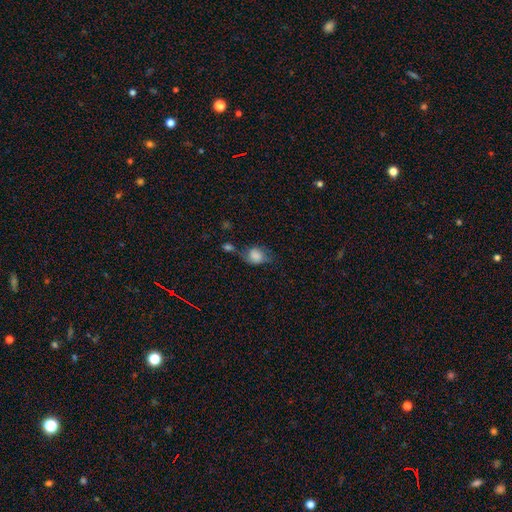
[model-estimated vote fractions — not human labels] This appears to be a smooth galaxy with no disk features (75%) that is round (50%). Merging: none (39%).